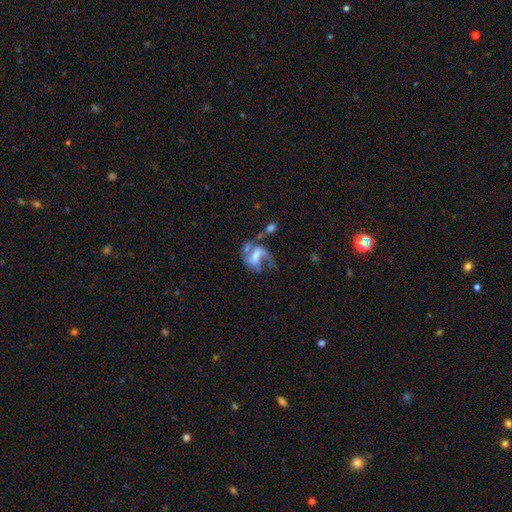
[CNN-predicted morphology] Smooth or featured? Predicted: featured or disk (p=0.68). Edge-on disk? Predicted: no (p=0.97). Bar? Predicted: weak (p=0.42). Spiral arms? Predicted: yes (p=0.77). Spiral winding? Predicted: loose (p=0.47). Spiral arm count? Predicted: 2 (p=0.53). Bulge size? Predicted: moderate (p=0.38). Merging? Predicted: major disturbance (p=0.35).